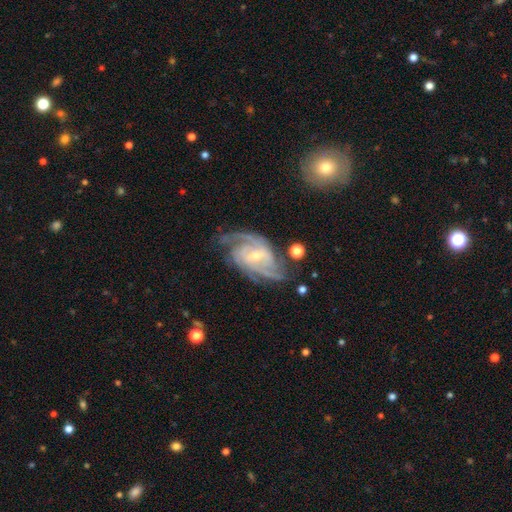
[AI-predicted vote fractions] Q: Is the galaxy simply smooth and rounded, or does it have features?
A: featured or disk — 90%.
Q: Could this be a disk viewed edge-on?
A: no — 96%.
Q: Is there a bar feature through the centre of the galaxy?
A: weak — 45%.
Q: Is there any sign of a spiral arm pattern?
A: yes — 98%.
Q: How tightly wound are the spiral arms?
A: tight — 48%.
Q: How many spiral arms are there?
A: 3 — 33%.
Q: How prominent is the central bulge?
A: small — 61%.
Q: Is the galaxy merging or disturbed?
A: none — 70%.